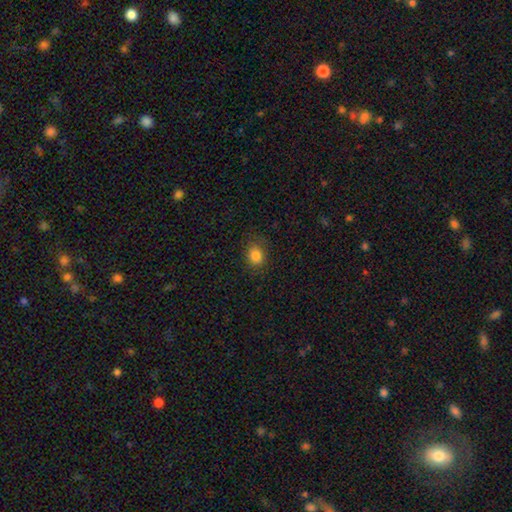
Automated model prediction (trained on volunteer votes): Smooth or featured?
  - smooth: 83% *
  - star or artifact: 11%
  - featured or disk: 6%
How rounded?
  - round: 54% *
  - in between: 45%
  - cigar-shaped: 1%
Merging?
  - none: 81% *
  - minor disturbance: 14%
  - major disturbance: 4%
  - merger: 1%